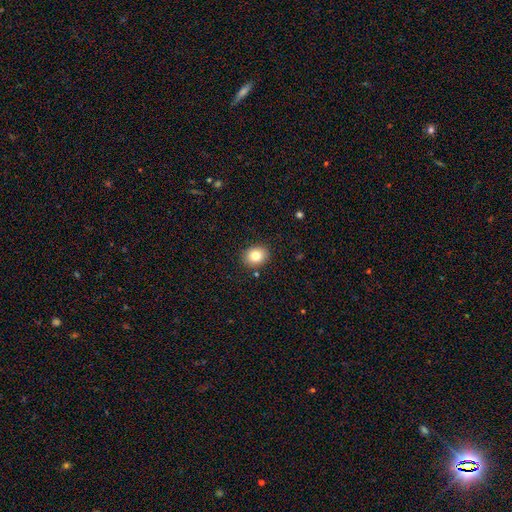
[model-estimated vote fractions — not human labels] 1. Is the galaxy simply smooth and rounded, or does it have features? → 81% smooth, 10% star or artifact, 9% featured or disk.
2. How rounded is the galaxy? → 55% round, 44% in between, 1% cigar-shaped.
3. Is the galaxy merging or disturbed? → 89% none, 8% minor disturbance, 2% major disturbance, 1% merger.